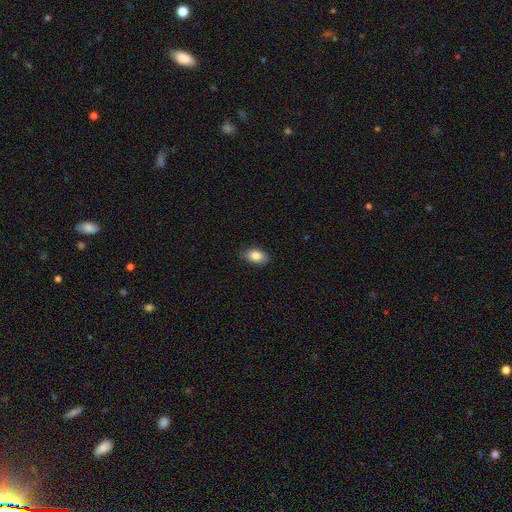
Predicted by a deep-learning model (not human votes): Smooth or featured?
  - smooth: 85% *
  - star or artifact: 7%
  - featured or disk: 7%
How rounded?
  - in between: 91% *
  - round: 7%
  - cigar-shaped: 2%
Merging?
  - none: 86% *
  - minor disturbance: 11%
  - major disturbance: 2%
  - merger: 1%